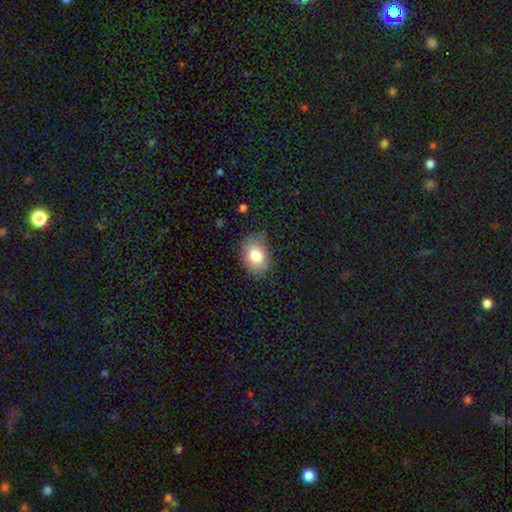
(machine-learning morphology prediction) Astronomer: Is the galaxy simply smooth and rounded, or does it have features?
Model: smooth — 82%.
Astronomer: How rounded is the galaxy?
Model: in between — 75%.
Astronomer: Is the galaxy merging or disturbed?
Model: none — 73%.